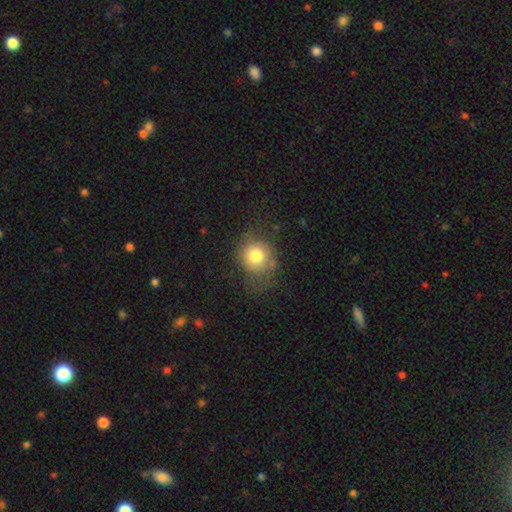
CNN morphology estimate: Smooth or featured? smooth (77%)
How rounded? round (74%)
Merging? none (63%)